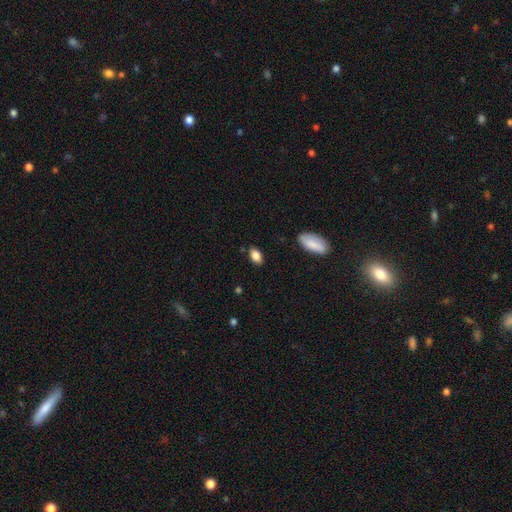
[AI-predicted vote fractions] Smooth or featured? smooth (85%)
How rounded? in between (90%)
Merging? none (83%)